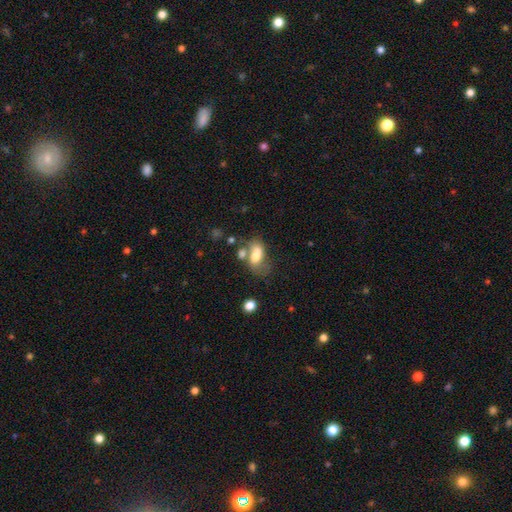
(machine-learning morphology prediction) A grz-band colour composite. It shows a smooth galaxy with no disk features (66%) that is in between round and cigar-shaped (87%). Merging: none (31%).